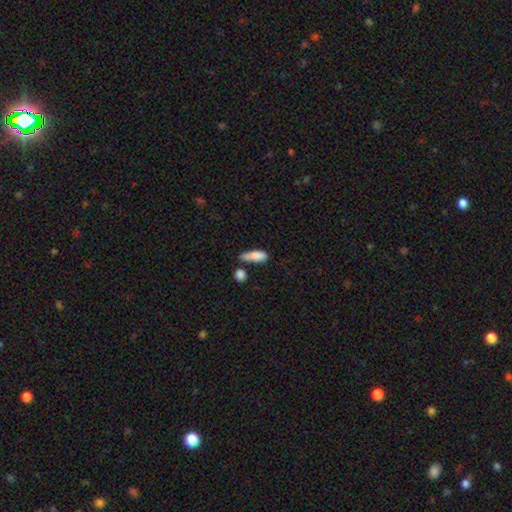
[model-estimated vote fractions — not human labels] Smooth or featured? smooth (83%)
How rounded? in between (61%)
Merging? none (41%)